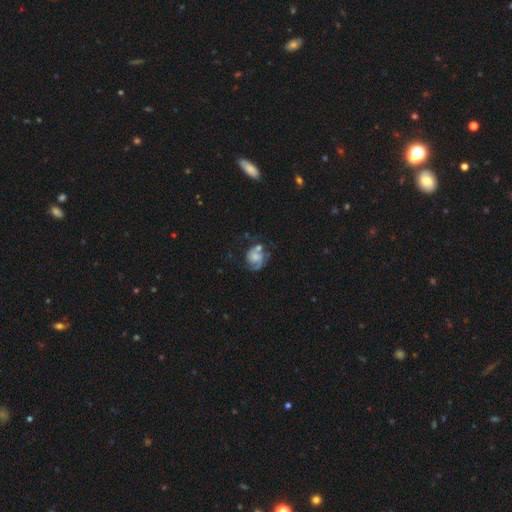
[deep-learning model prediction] Q: Smooth or featured?
A: featured or disk (70%); runner-up: smooth (22%)
Q: Edge-on disk?
A: no (98%); runner-up: yes (2%)
Q: Bar?
A: no (64%); runner-up: weak (31%)
Q: Spiral arms?
A: yes (89%); runner-up: no (11%)
Q: Spiral winding?
A: medium (45%); runner-up: tight (34%)
Q: Spiral arm count?
A: 2 (65%); runner-up: 1 (18%)
Q: Bulge size?
A: small (39%); runner-up: moderate (34%)
Q: Merging?
A: none (46%); runner-up: minor disturbance (21%)